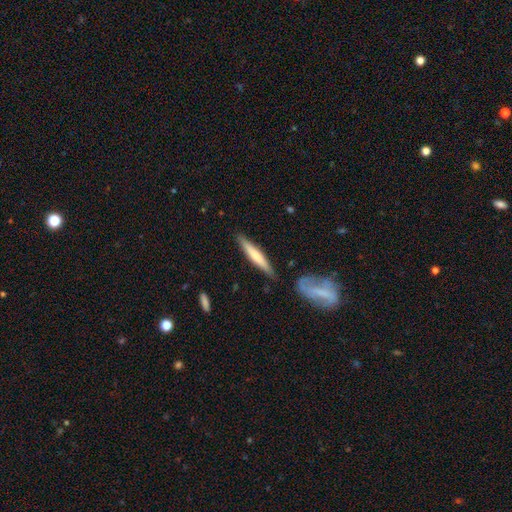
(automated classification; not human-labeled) Smooth or featured?
  - smooth: 61% *
  - featured or disk: 34%
  - star or artifact: 5%
How rounded?
  - cigar-shaped: 92% *
  - in between: 7%
  - round: 1%
Merging?
  - none: 85% *
  - minor disturbance: 10%
  - merger: 3%
  - major disturbance: 2%